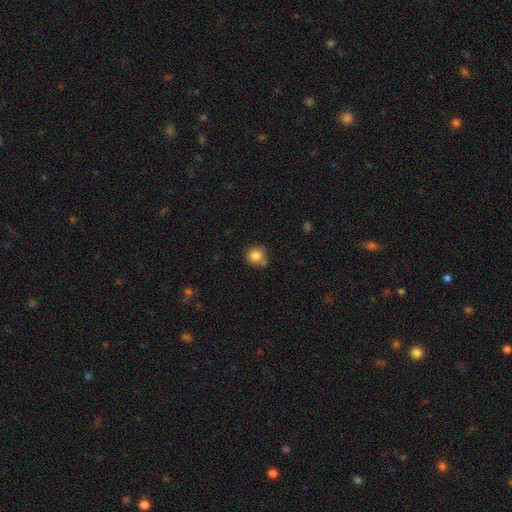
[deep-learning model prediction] This is clearly a smooth galaxy (82%). How rounded: clearly round (90%). Merging: likely none (67%).